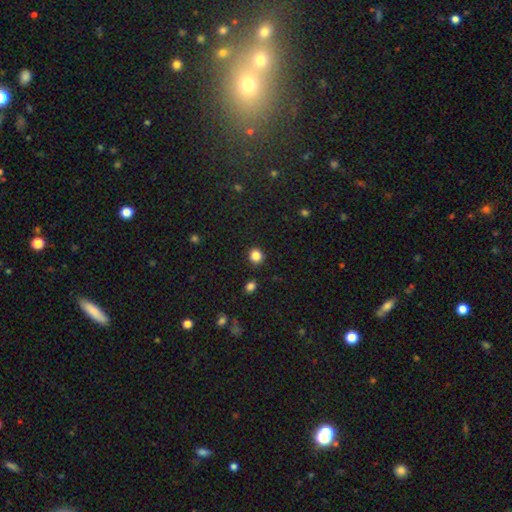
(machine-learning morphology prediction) smooth_or_featured: smooth (p=0.85) [alt: star or artifact p=0.12]
how_rounded: round (p=0.86) [alt: in between p=0.13]
merging: none (p=0.90) [alt: minor disturbance p=0.06]